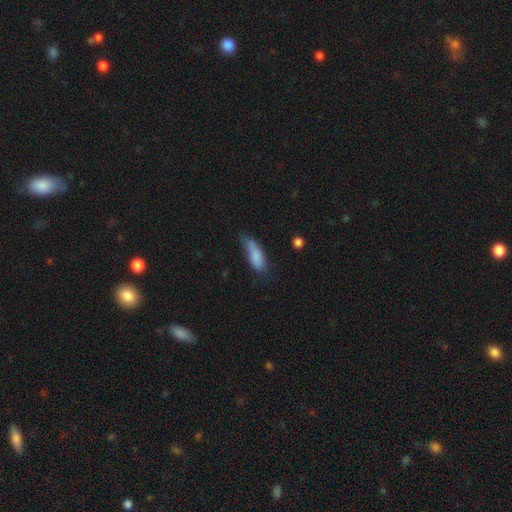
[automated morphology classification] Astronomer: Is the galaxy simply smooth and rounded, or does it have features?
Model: smooth — 81%.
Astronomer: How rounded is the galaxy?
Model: in between — 62%.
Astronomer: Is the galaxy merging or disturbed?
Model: none — 41% (runner-up: minor disturbance, 39%).